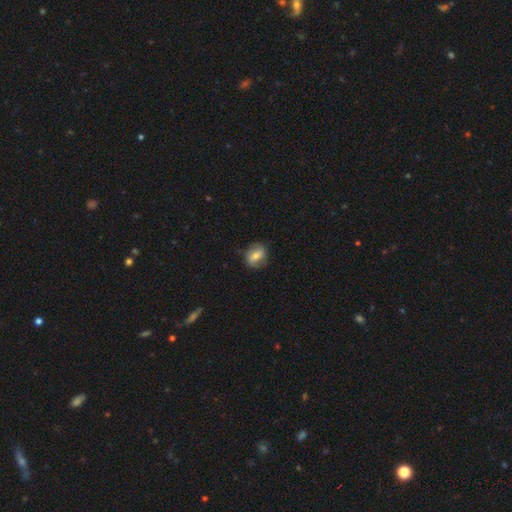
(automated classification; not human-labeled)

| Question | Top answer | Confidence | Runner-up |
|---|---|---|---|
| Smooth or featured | smooth | 62% | featured or disk (30%) |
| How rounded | in between | 50% | round (48%) |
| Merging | none | 76% | minor disturbance (18%) |